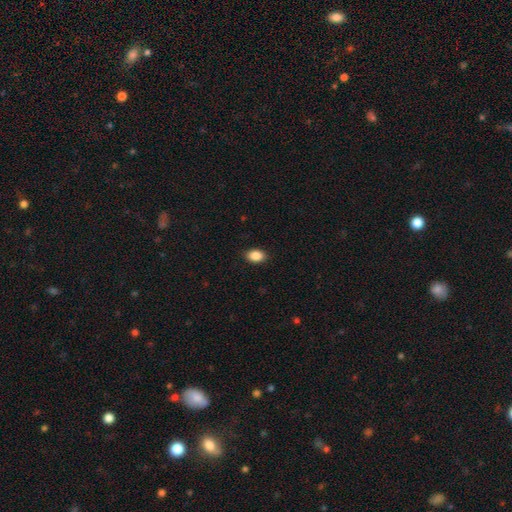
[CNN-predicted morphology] Smooth or featured? Predicted: smooth (p=0.88). How rounded? Predicted: in between (p=0.85). Merging? Predicted: none (p=0.90).